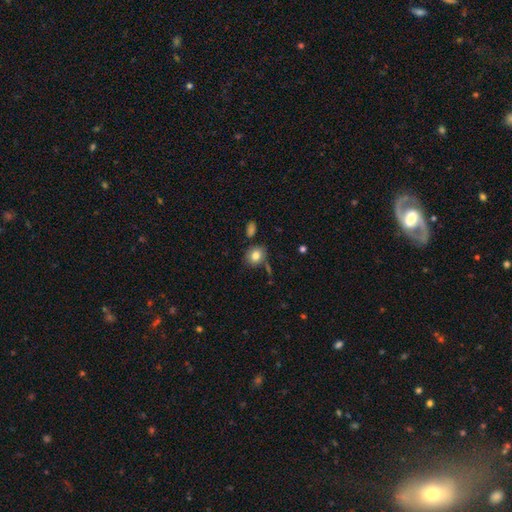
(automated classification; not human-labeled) Morphology: type=smooth (80%); roundness=round (64%); merging=none (73%).